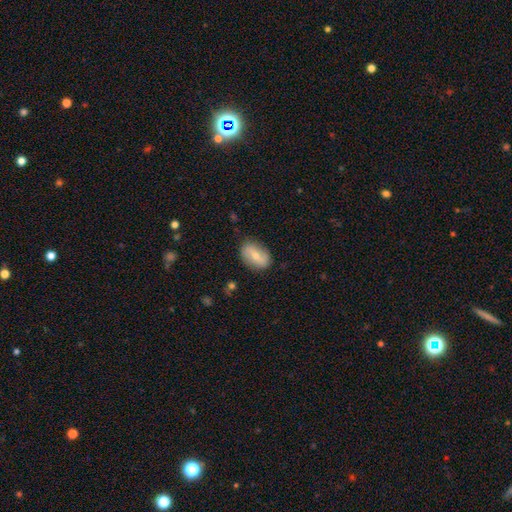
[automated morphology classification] smooth_or_featured: smooth (p=0.51) [alt: featured or disk p=0.42]
how_rounded: in between (p=0.84) [alt: round p=0.13]
merging: none (p=0.82) [alt: minor disturbance p=0.13]